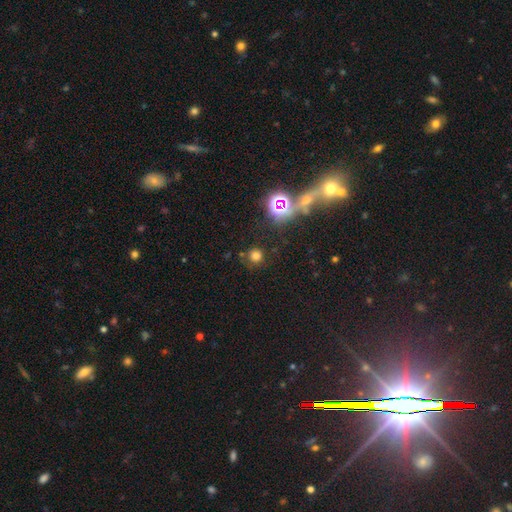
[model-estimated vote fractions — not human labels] Smooth or featured?
  - smooth: 68% *
  - star or artifact: 25%
  - featured or disk: 7%
How rounded?
  - round: 92% *
  - in between: 7%
  - cigar-shaped: 1%
Merging?
  - none: 81% *
  - minor disturbance: 10%
  - major disturbance: 5%
  - merger: 4%